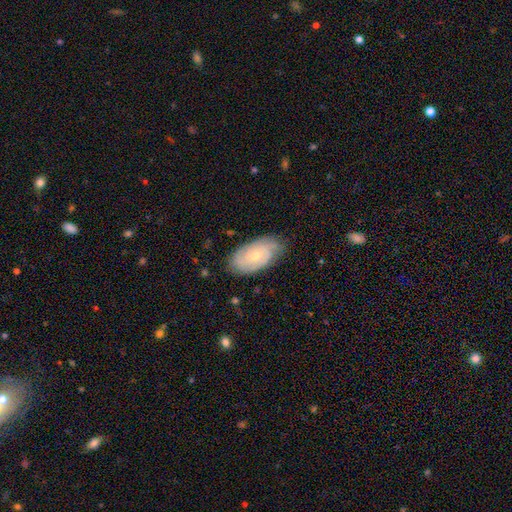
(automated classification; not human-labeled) Q: Smooth or featured?
A: featured or disk (68%); runner-up: smooth (25%)
Q: Edge-on disk?
A: no (94%); runner-up: yes (6%)
Q: Bar?
A: no (75%); runner-up: weak (22%)
Q: Spiral arms?
A: yes (89%); runner-up: no (11%)
Q: Spiral winding?
A: tight (62%); runner-up: medium (30%)
Q: Spiral arm count?
A: 2 (37%); runner-up: can't tell (35%)
Q: Bulge size?
A: small (56%); runner-up: moderate (41%)
Q: Merging?
A: none (76%); runner-up: minor disturbance (19%)